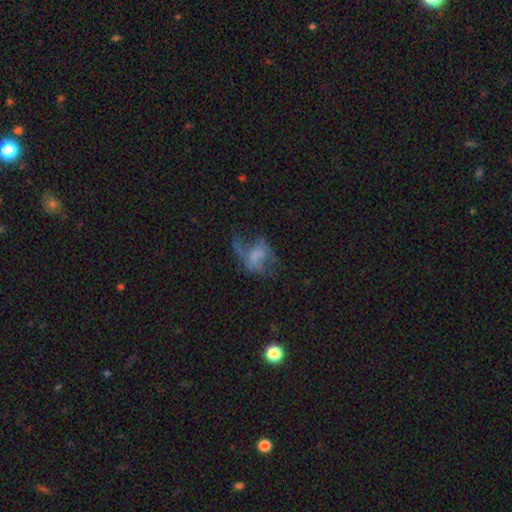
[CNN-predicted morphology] This appears to be a featured or disk galaxy (46%). Merging: major disturbance (47%).